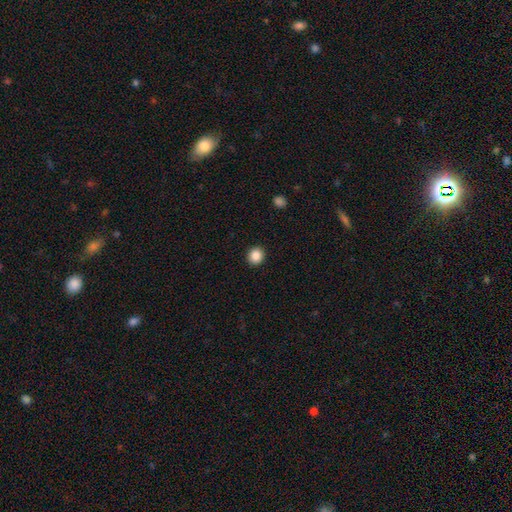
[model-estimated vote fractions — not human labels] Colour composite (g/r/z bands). It shows a smooth galaxy with no disk features (87%) that is round (89%). Merging: none (93%).